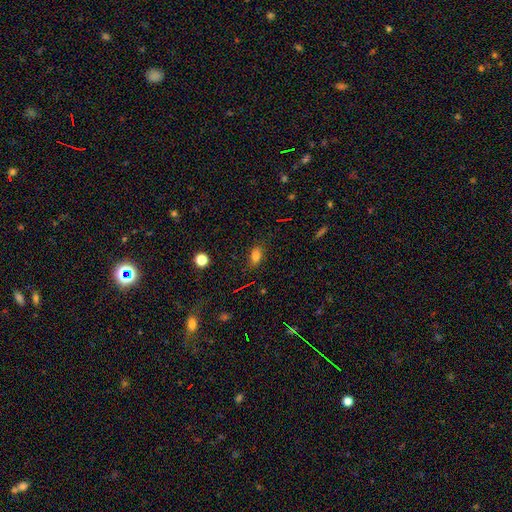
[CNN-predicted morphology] smooth-or-featured: smooth: 78% | star or artifact: 15% | featured or disk: 7%
  how-rounded: in between: 84% | round: 11% | cigar-shaped: 5%
  merging: none: 80% | minor disturbance: 15% | major disturbance: 4% | merger: 2%